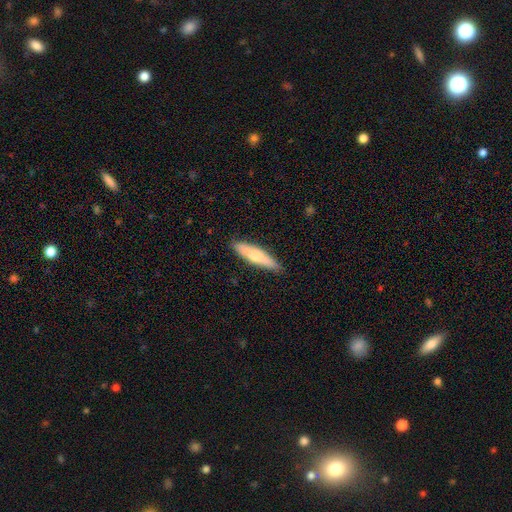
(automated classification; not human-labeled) Overall: smooth (62%; featured or disk 33%). How rounded: cigar-shaped (76%). Merging: none (87%).